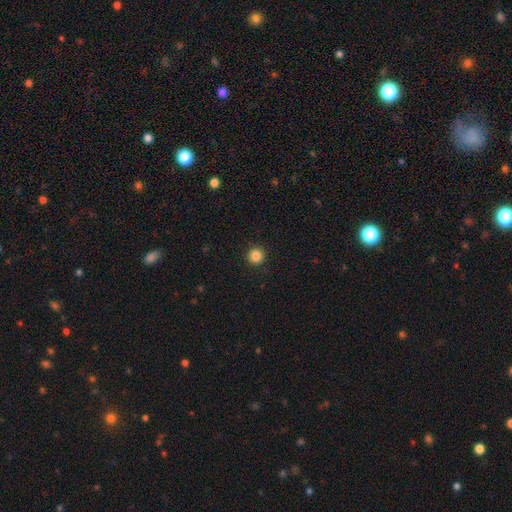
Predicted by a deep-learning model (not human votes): The model was most divided on "smooth or featured": smooth: 86%, star or artifact: 11%, featured or disk: 3%. More confident: how rounded — round (95%); merging — none (92%).